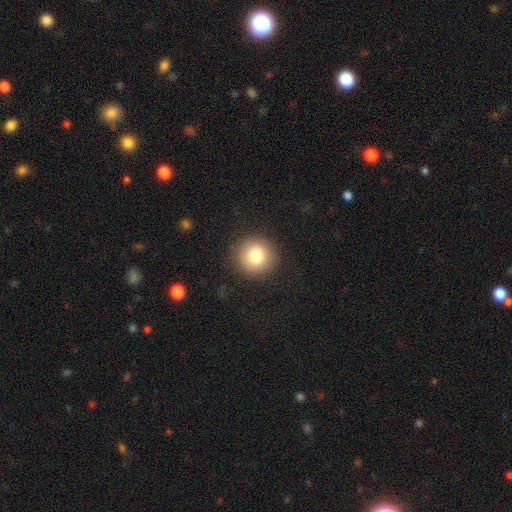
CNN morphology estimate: smooth-or-featured: smooth: 81% | star or artifact: 10% | featured or disk: 9%
  how-rounded: round: 94% | in between: 5% | cigar-shaped: 1%
  merging: none: 90% | minor disturbance: 6% | major disturbance: 2% | merger: 1%